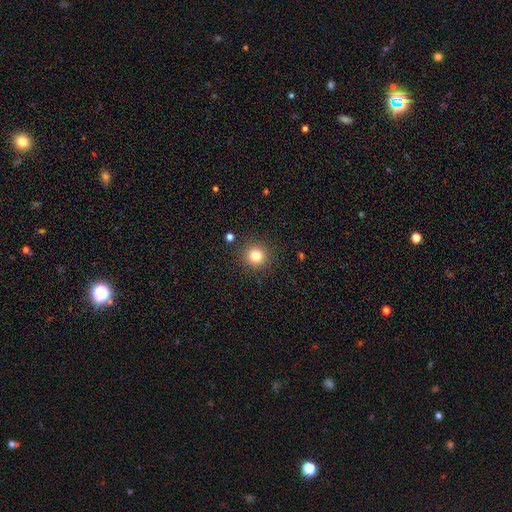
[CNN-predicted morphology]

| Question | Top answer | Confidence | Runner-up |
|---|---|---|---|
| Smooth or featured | smooth | 80% | star or artifact (13%) |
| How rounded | round | 93% | in between (6%) |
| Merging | none | 90% | minor disturbance (6%) |